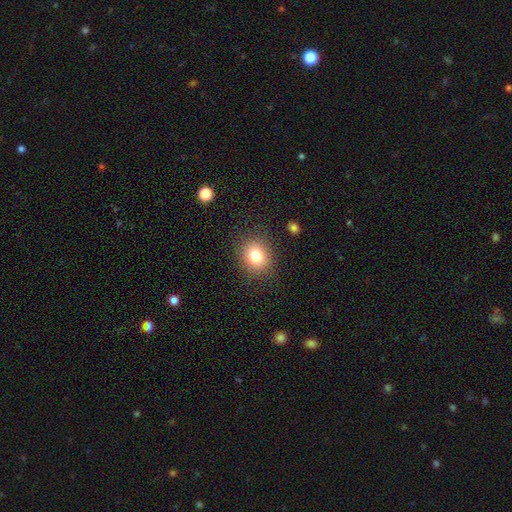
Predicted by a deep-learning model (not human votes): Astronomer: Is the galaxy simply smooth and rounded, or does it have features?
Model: smooth — 80%.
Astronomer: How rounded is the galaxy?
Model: round — 63%.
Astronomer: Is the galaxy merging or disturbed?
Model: none — 86%.